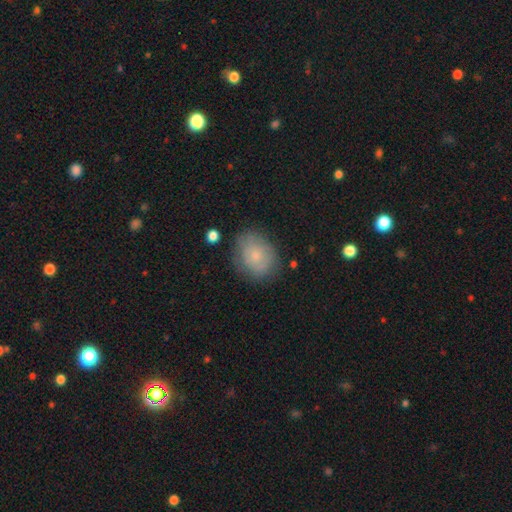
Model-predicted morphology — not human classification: A smooth galaxy with no disk features (71%) that is in between round and cigar-shaped (54%).

Vote fractions:
- Smooth or featured? smooth: 71% / featured or disk: 20% / star or artifact: 9%
- How rounded? in between: 54% / round: 45% / cigar-shaped: 1%
- Merging? none: 74% / minor disturbance: 19% / major disturbance: 5% / merger: 2%